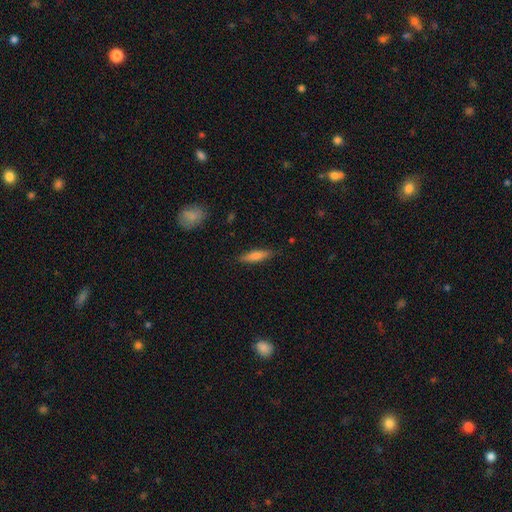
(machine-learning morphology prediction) This is likely a smooth galaxy (71%). How rounded: likely cigar-shaped (67%). Merging: clearly none (85%).